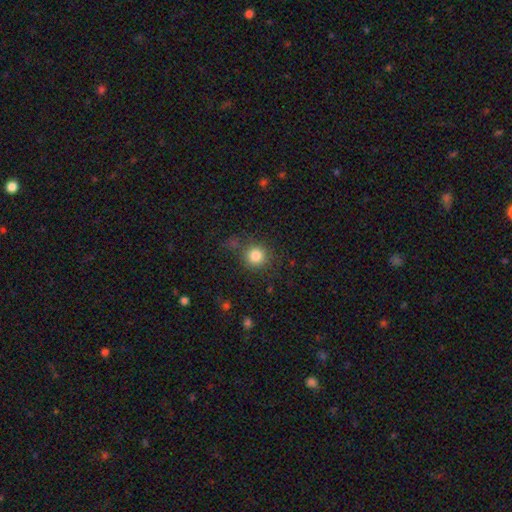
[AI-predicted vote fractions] Overall: smooth (83%). How rounded: round (91%). Merging: none (78%).